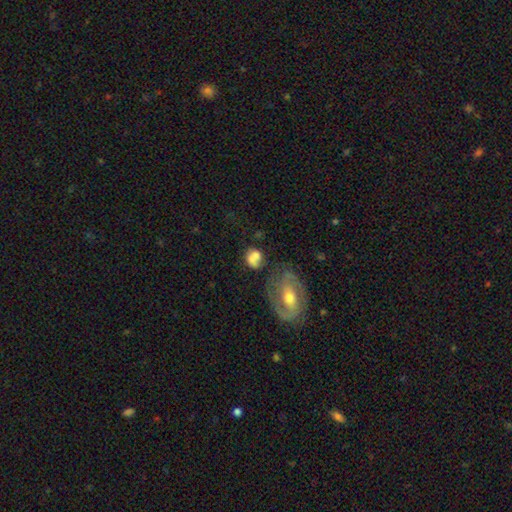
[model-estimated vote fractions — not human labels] Smooth or featured? Predicted: smooth (p=0.64). How rounded? Predicted: round (p=0.53). Merging? Predicted: none (p=0.44).